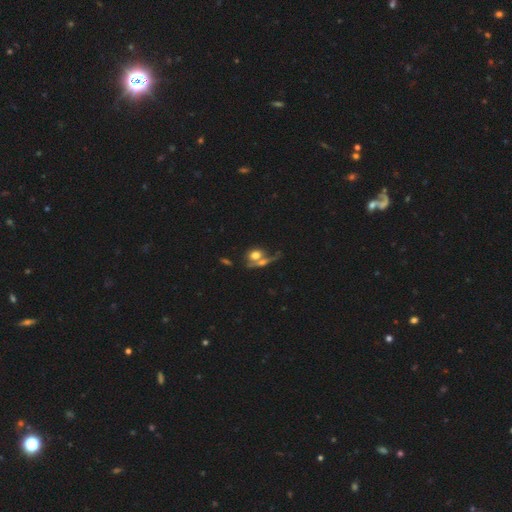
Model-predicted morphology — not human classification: smooth-or-featured: smooth: 61% | featured or disk: 26% | star or artifact: 13%
  how-rounded: in between: 53% | round: 40% | cigar-shaped: 7%
  merging: merger: 48% | none: 31% | minor disturbance: 11% | major disturbance: 11%